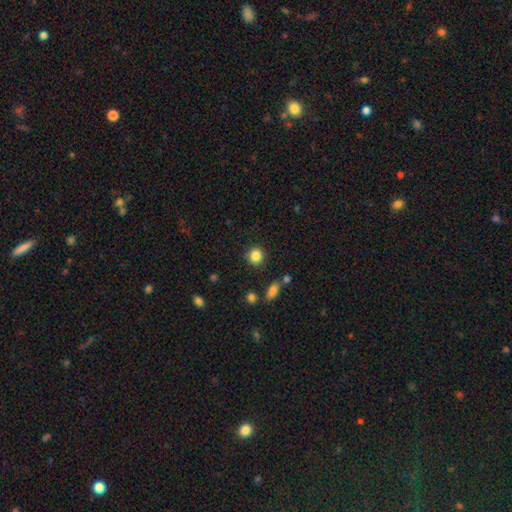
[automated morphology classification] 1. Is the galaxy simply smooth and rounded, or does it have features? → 84% smooth, 10% star or artifact, 5% featured or disk.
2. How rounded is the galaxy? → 90% round, 9% in between, 1% cigar-shaped.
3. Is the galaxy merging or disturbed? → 87% none, 8% minor disturbance, 3% merger, 3% major disturbance.